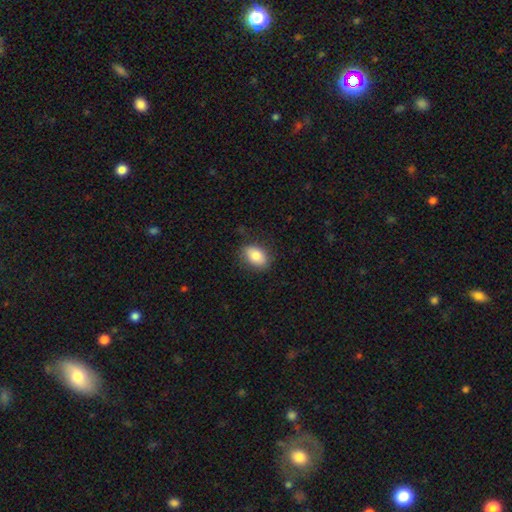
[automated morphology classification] A smooth galaxy with no disk features (84%) that is in between round and cigar-shaped (85%).

Vote fractions:
- Smooth or featured? smooth: 84% / featured or disk: 9% / star or artifact: 7%
- How rounded? in between: 85% / round: 14% / cigar-shaped: 2%
- Merging? none: 81% / minor disturbance: 15% / major disturbance: 3% / merger: 1%